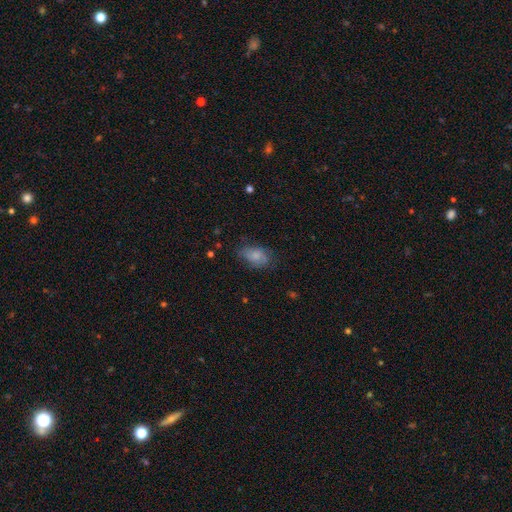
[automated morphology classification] A smooth galaxy with no disk features (71%) that is in between round and cigar-shaped (86%).

Vote fractions:
- Smooth or featured? smooth: 71% / featured or disk: 20% / star or artifact: 9%
- How rounded? in between: 86% / round: 12% / cigar-shaped: 2%
- Merging? none: 62% / minor disturbance: 26% / major disturbance: 10% / merger: 2%